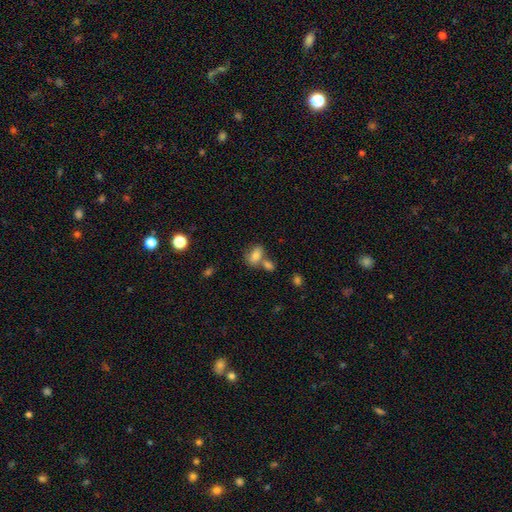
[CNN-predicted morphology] Smooth or featured: smooth — 74% (featured or disk — 16%)
How rounded: in between — 81% (round — 16%)
Merging: none — 41% (merger — 39%)